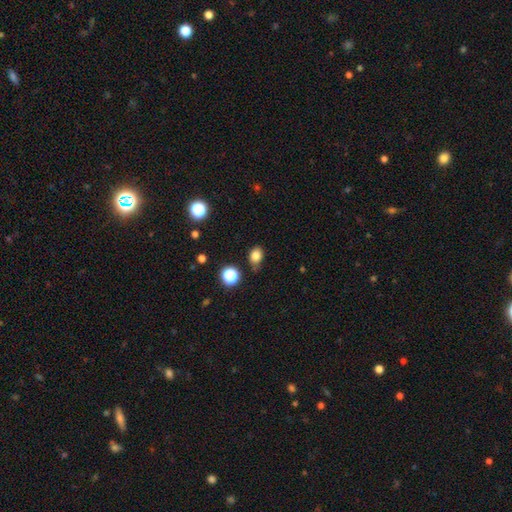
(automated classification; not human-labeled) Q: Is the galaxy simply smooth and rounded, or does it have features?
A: smooth — 82%.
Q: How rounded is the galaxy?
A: in between — 60%.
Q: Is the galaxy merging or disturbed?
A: none — 73%.